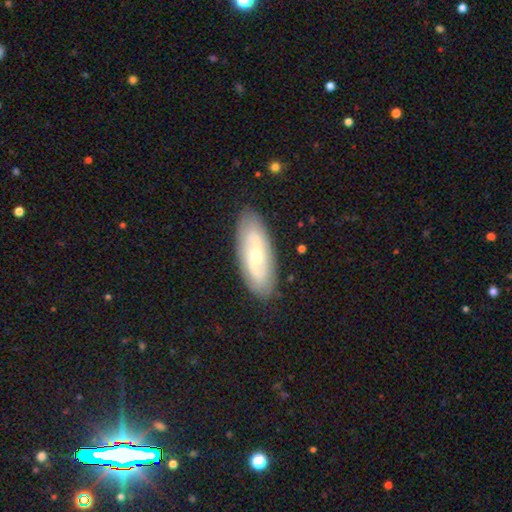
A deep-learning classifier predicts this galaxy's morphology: This is likely a featured or disk galaxy (66%). It is clearly not viewed edge-on (87%). Bar: possibly no (47%). Spiral arm pattern: likely yes (72%). Central bulge: possibly small (49%). Merging: clearly none (87%).